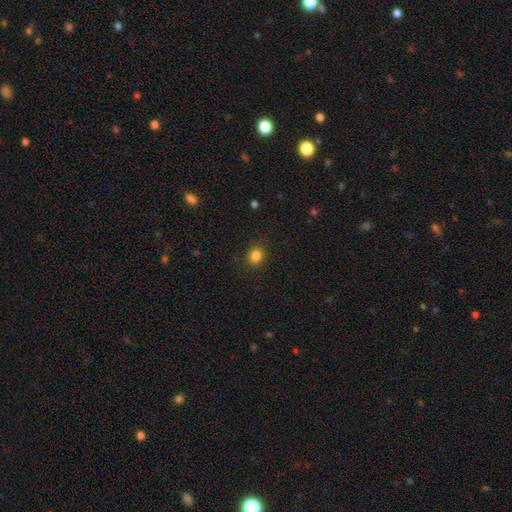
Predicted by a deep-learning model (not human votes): A smooth galaxy with no disk features (84%) that is round (72%). Merging: none (89%).